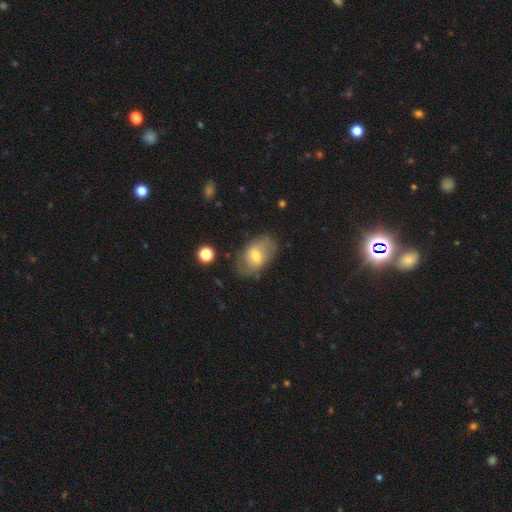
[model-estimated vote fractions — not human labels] Q: Smooth or featured?
A: smooth (47%); runner-up: featured or disk (44%)
Q: Merging?
A: none (68%); runner-up: minor disturbance (22%)